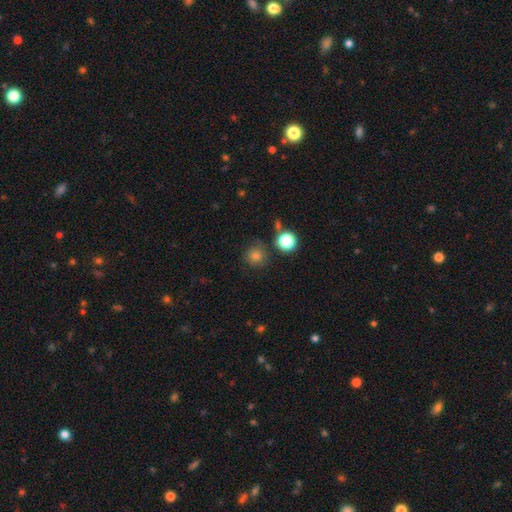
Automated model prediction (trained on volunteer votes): Smooth or featured? Predicted: smooth (p=0.75). How rounded? Predicted: round (p=0.92). Merging? Predicted: none (p=0.77).